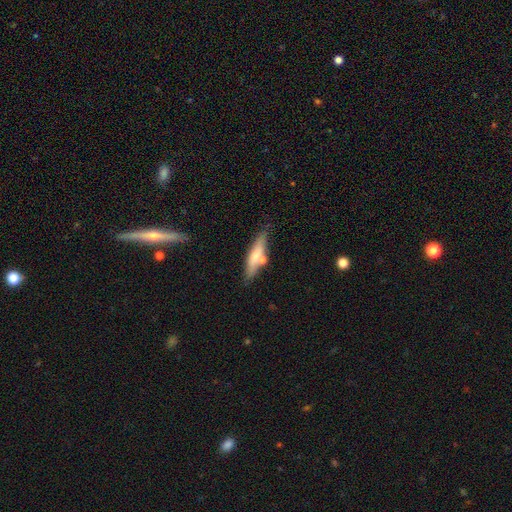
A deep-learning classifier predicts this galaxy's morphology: A smooth galaxy with no disk features (60%) that is cigar-shaped (73%).

Vote fractions:
- Smooth or featured? smooth: 60% / featured or disk: 34% / star or artifact: 6%
- How rounded? cigar-shaped: 73% / in between: 25% / round: 2%
- Merging? none: 69% / minor disturbance: 15% / merger: 13% / major disturbance: 4%